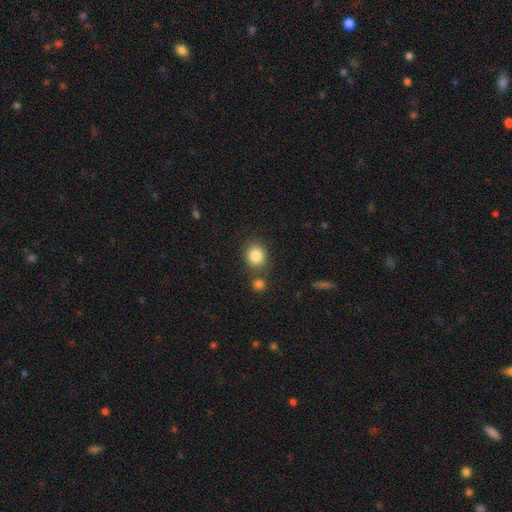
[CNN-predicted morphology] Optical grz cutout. It shows a smooth galaxy with no disk features (85%) that is round (74%). Merging: none (72%).